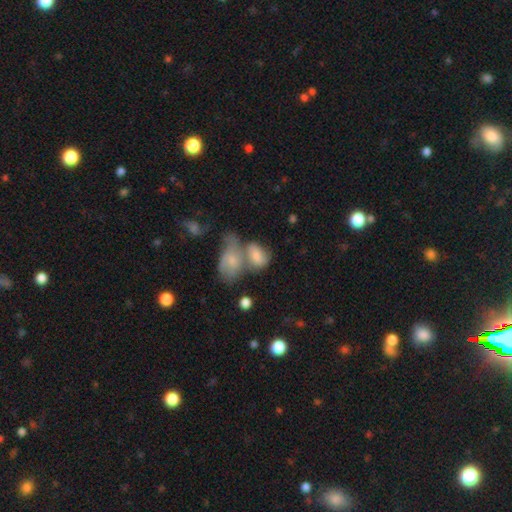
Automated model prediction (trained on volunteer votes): A smooth galaxy with no disk features (58%) that is in between round and cigar-shaped (81%). Merging: merger (56%).